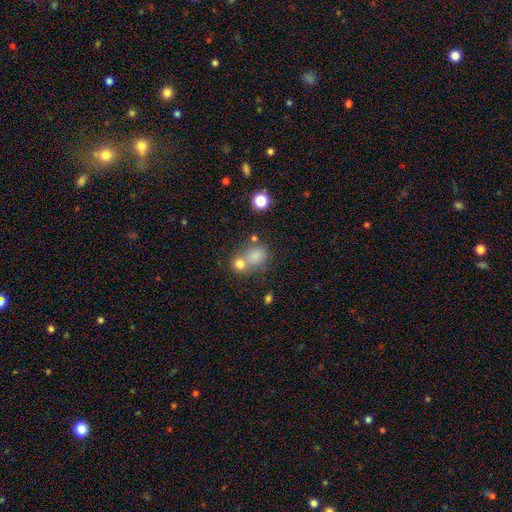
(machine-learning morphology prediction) Smooth or featured: smooth — 77% (star or artifact — 14%)
How rounded: round — 61% (in between — 38%)
Merging: merger — 43% (none — 41%)